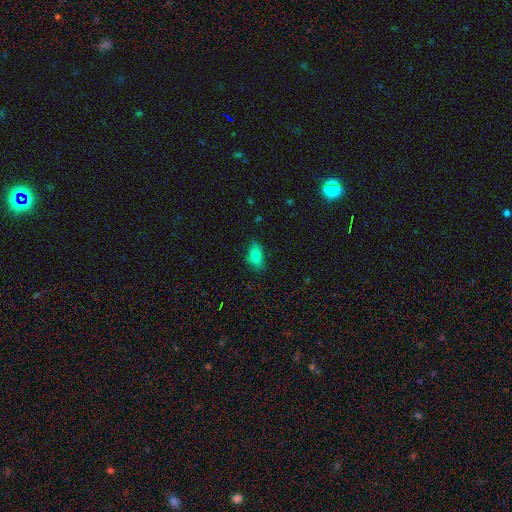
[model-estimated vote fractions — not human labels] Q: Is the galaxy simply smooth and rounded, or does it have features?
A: smooth — 83%.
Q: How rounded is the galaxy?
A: in between — 88%.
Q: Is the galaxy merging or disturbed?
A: none — 76%.